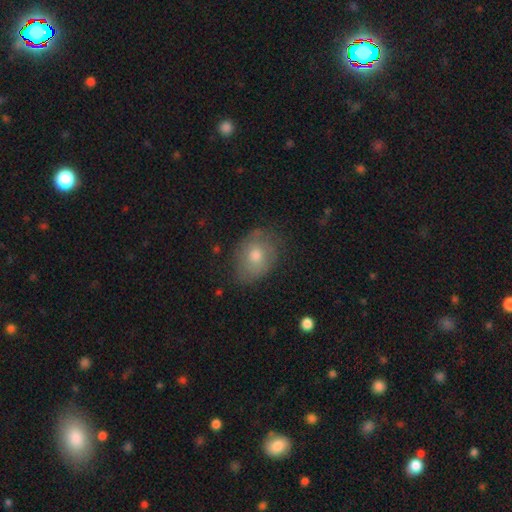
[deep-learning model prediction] Smooth or featured: smooth — 60% (featured or disk — 31%)
How rounded: in between — 62% (round — 36%)
Merging: none — 69% (minor disturbance — 23%)